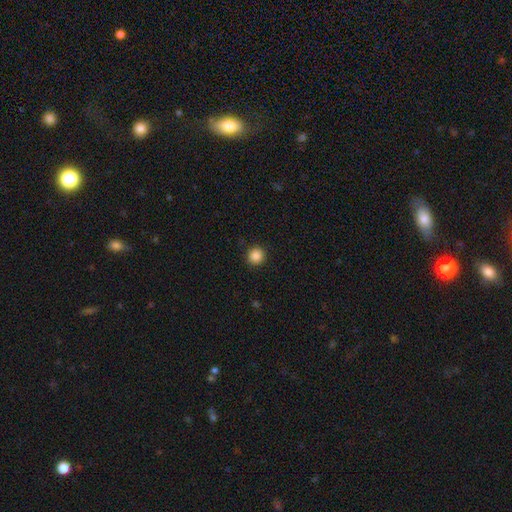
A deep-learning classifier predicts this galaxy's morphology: Smooth or featured: smooth — 87% (star or artifact — 10%)
How rounded: round — 94% (in between — 5%)
Merging: none — 92% (minor disturbance — 5%)